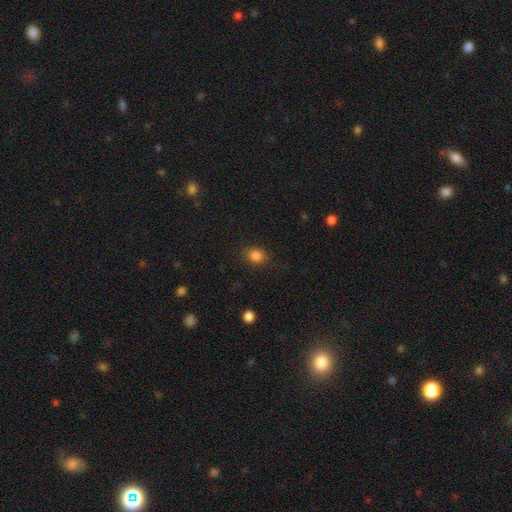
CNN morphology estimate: Smooth or featured? Predicted: smooth (p=0.84). How rounded? Predicted: round (p=0.58). Merging? Predicted: none (p=0.85).